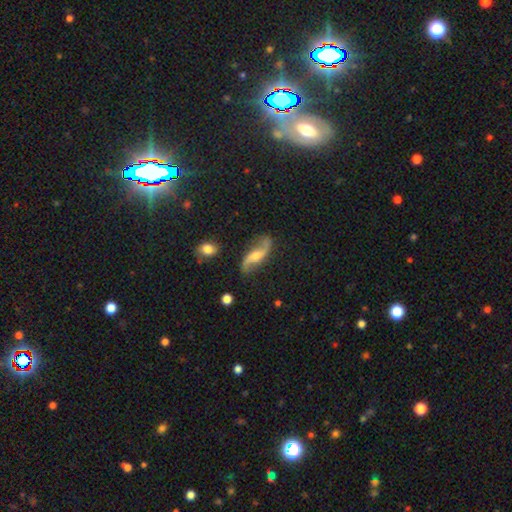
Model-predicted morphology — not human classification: Smooth or featured? featured or disk (85%)
Edge-on disk? no (93%)
Bar? no (51%)
Spiral arms? yes (96%)
Spiral winding? loose (86%)
Spiral arm count? 2 (94%)
Bulge size? moderate (48%)
Merging? none (80%)